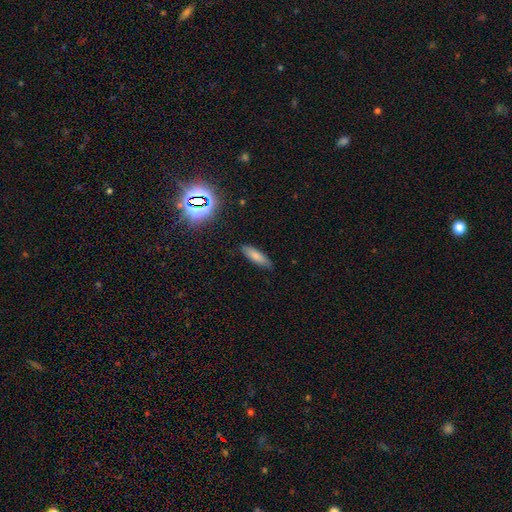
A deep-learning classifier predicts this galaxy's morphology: smooth-or-featured: smooth: 78% | featured or disk: 12% | star or artifact: 10%
  how-rounded: cigar-shaped: 56% | in between: 42% | round: 2%
  merging: none: 80% | minor disturbance: 16% | major disturbance: 3% | merger: 1%